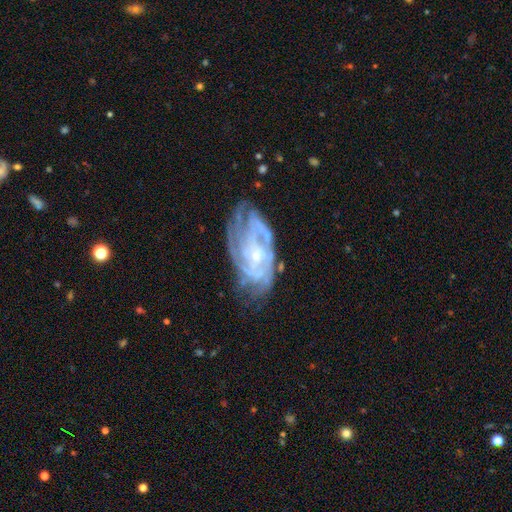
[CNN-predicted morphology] A featured or disk galaxy (87%) with no bar (65%), tight (67%) spiral arms (96%) and a small central bulge (78%).

Vote fractions:
- Smooth or featured? featured or disk: 87% / star or artifact: 7% / smooth: 7%
- Edge-on disk? no: 95% / yes: 5%
- Bar? no: 65% / weak: 27% / strong: 8%
- Spiral arms? yes: 96% / no: 4%
- Spiral winding? tight: 67% / medium: 27% / loose: 5%
- Spiral arm count? can't tell: 28% / 4: 23% / 3: 20% / 2: 15% / more than 4: 8% / 1: 6%
- Bulge size? small: 78% / moderate: 17% / none: 3% / large: 1% / dominant: 1%
- Merging? none: 64% / minor disturbance: 23% / major disturbance: 11% / merger: 2%